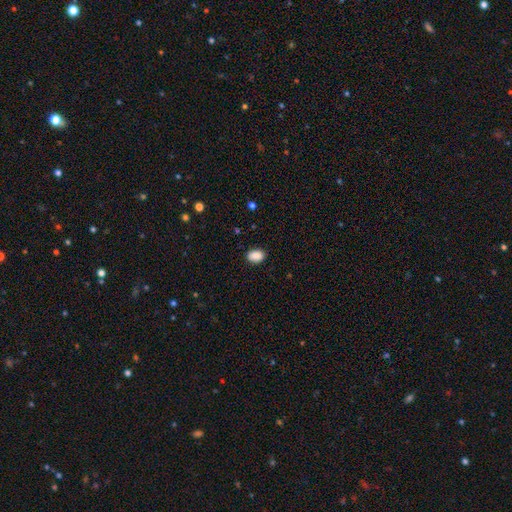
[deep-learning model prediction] The model was most divided on "how rounded": in between: 81%, round: 18%, cigar-shaped: 1%. More confident: smooth or featured — smooth (89%); merging — none (87%).